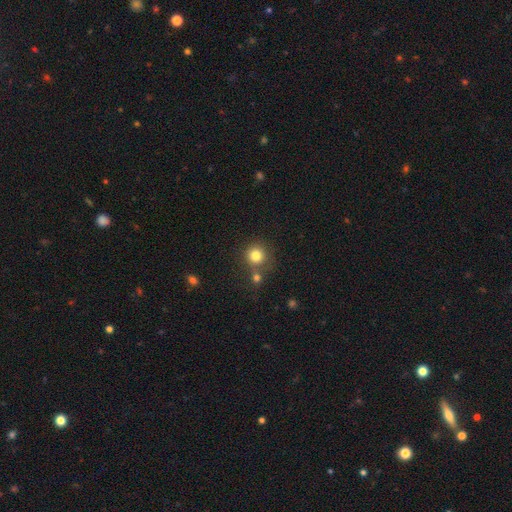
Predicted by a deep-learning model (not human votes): Smooth or featured? Predicted: smooth (p=0.81). How rounded? Predicted: round (p=0.92). Merging? Predicted: none (p=0.68).